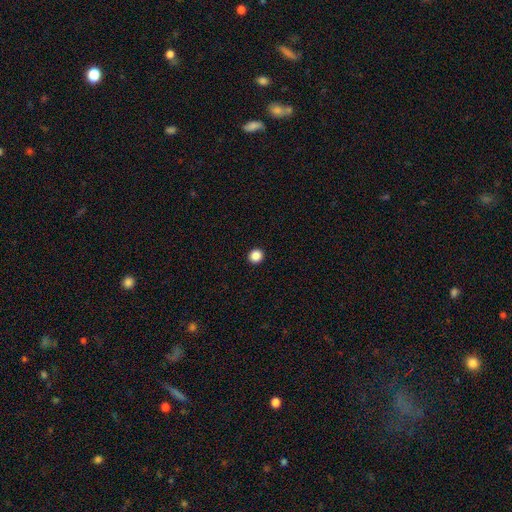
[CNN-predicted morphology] A smooth galaxy with no disk features (87%) that is round (91%). Merging: none (94%).